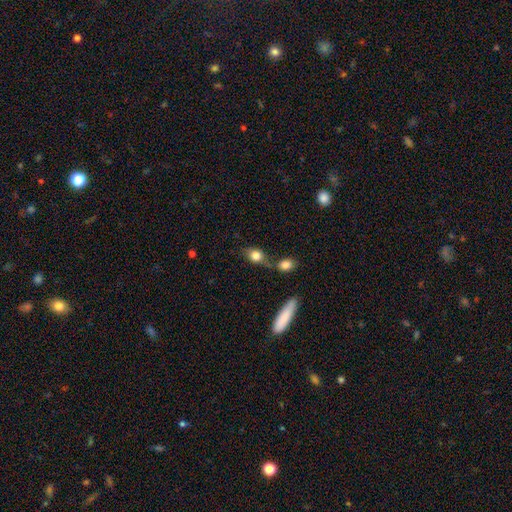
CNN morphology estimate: Overall: smooth (80%). How rounded: in between (57%; round 37%). Merging: none (50%; merger 25%).